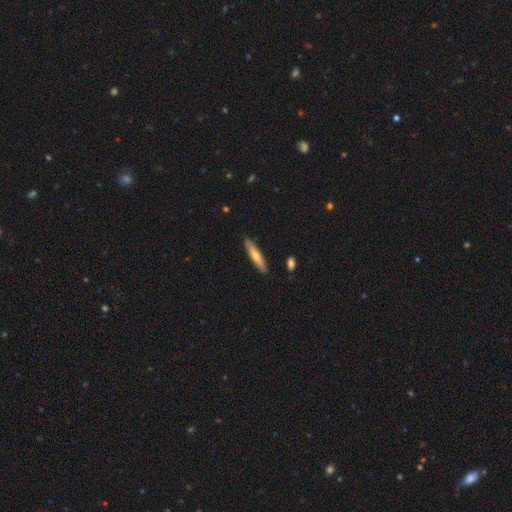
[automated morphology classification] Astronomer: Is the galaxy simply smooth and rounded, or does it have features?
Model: smooth — 60%.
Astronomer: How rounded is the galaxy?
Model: cigar-shaped — 86%.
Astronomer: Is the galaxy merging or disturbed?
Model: none — 87%.